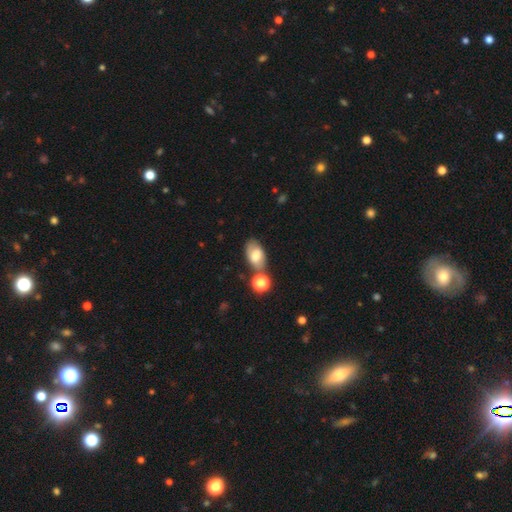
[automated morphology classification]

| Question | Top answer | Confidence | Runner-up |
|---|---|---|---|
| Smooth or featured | smooth | 69% | featured or disk (22%) |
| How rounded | in between | 91% | round (7%) |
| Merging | none | 61% | minor disturbance (17%) |